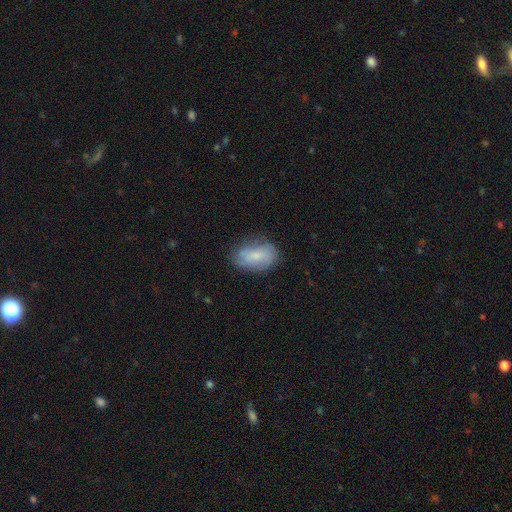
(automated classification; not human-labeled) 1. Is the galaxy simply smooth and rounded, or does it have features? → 69% smooth, 23% featured or disk, 8% star or artifact.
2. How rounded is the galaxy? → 89% in between, 9% round, 2% cigar-shaped.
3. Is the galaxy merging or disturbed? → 66% none, 24% minor disturbance, 8% major disturbance, 2% merger.